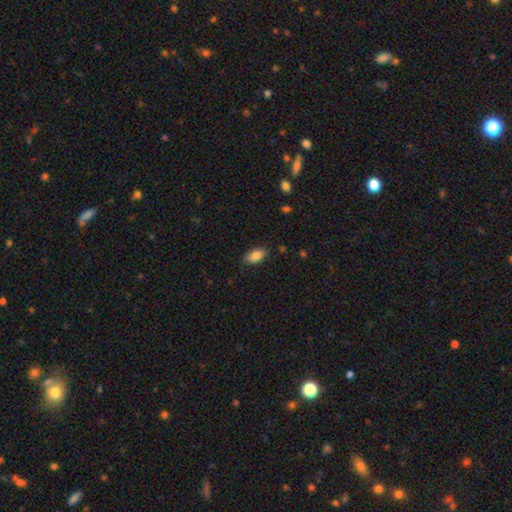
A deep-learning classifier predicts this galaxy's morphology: type=smooth (86%); roundness=in between (91%); merging=none (83%).